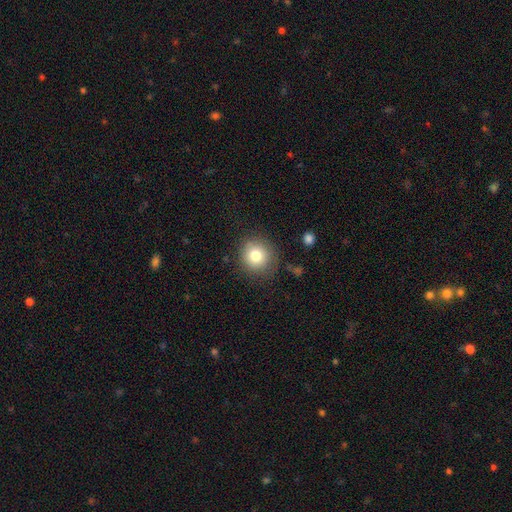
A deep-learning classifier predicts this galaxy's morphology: type=smooth (80%); roundness=round (90%); merging=none (84%).